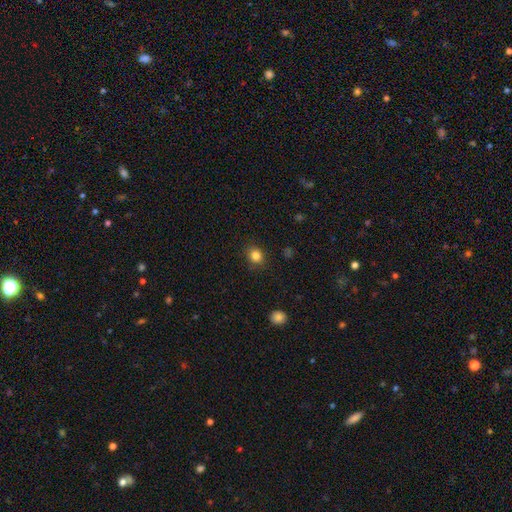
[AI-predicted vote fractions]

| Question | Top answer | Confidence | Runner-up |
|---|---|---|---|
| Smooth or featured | smooth | 84% | star or artifact (11%) |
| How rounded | round | 63% | in between (36%) |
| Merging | none | 86% | minor disturbance (10%) |